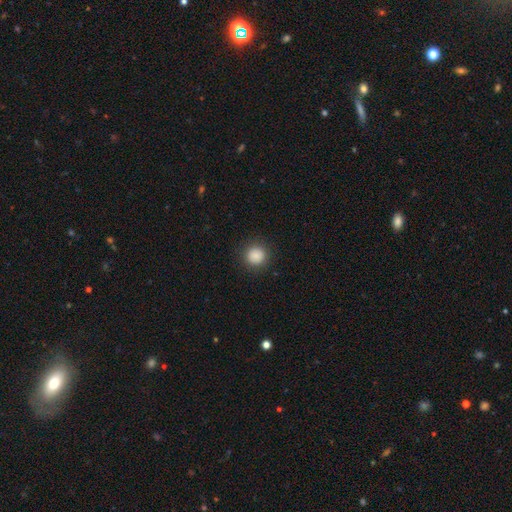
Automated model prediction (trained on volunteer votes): This is clearly a smooth galaxy (88%). How rounded: clearly round (93%). Merging: clearly none (90%).